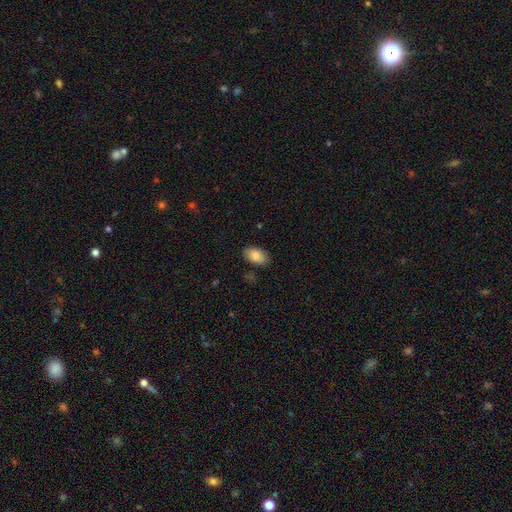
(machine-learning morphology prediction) type=smooth (86%); roundness=in between (93%); merging=none (86%).